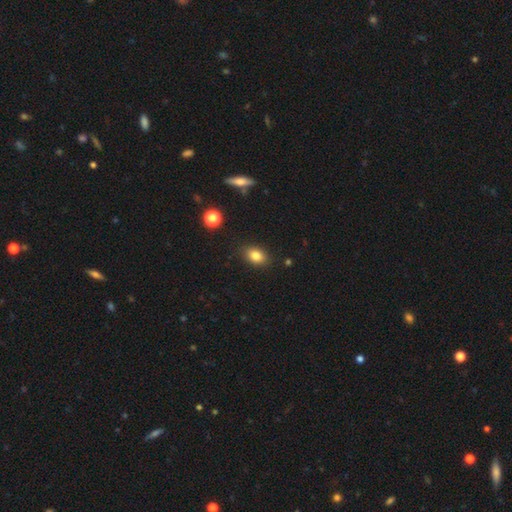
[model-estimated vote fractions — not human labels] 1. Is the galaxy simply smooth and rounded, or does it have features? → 82% smooth, 10% star or artifact, 8% featured or disk.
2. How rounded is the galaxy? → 75% in between, 23% round, 2% cigar-shaped.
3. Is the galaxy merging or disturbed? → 86% none, 10% minor disturbance, 2% major disturbance, 1% merger.